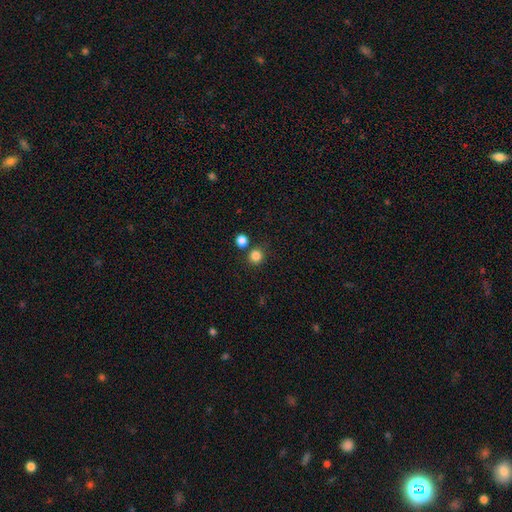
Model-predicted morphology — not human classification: Smooth or featured: smooth — 84% (star or artifact — 12%)
How rounded: round — 91% (in between — 9%)
Merging: none — 78% (merger — 12%)